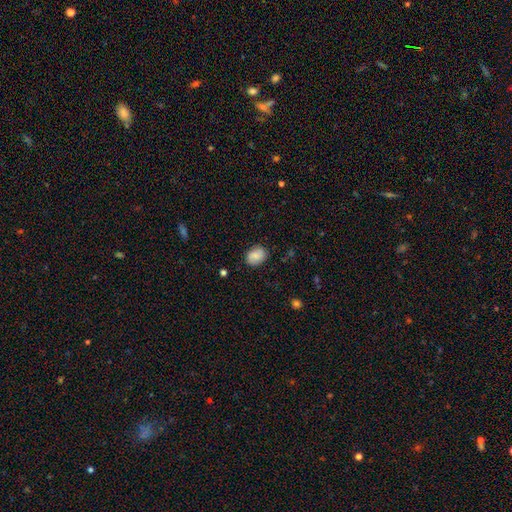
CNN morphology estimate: Smooth or featured? Predicted: smooth (p=0.85). How rounded? Predicted: in between (p=0.66). Merging? Predicted: none (p=0.84).